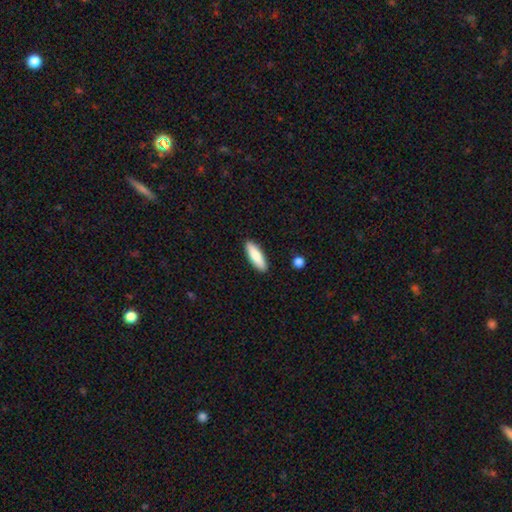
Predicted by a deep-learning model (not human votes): Smooth or featured?
  - smooth: 82% *
  - featured or disk: 13%
  - star or artifact: 5%
How rounded?
  - cigar-shaped: 56% *
  - in between: 42%
  - round: 2%
Merging?
  - none: 90% *
  - minor disturbance: 7%
  - major disturbance: 2%
  - merger: 1%